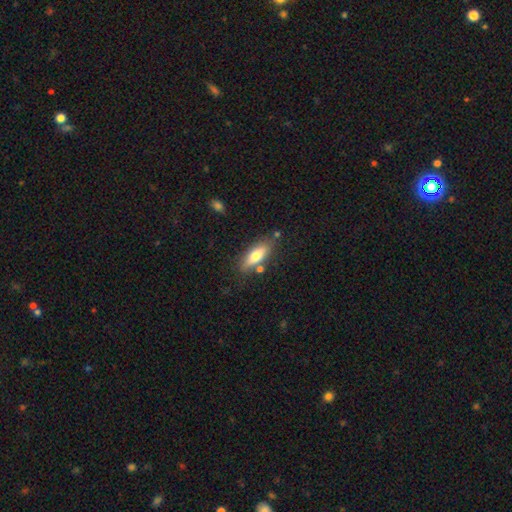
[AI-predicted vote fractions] A smooth galaxy with no disk features (69%) that is in between round and cigar-shaped (64%). Merging: none (75%).